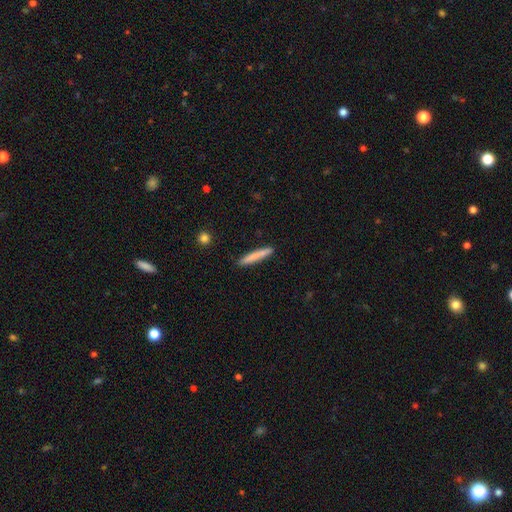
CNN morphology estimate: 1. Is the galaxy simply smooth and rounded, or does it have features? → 79% smooth, 15% featured or disk, 6% star or artifact.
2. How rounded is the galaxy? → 95% cigar-shaped, 4% in between, 1% round.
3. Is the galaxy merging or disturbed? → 90% none, 7% minor disturbance, 2% major disturbance, 1% merger.